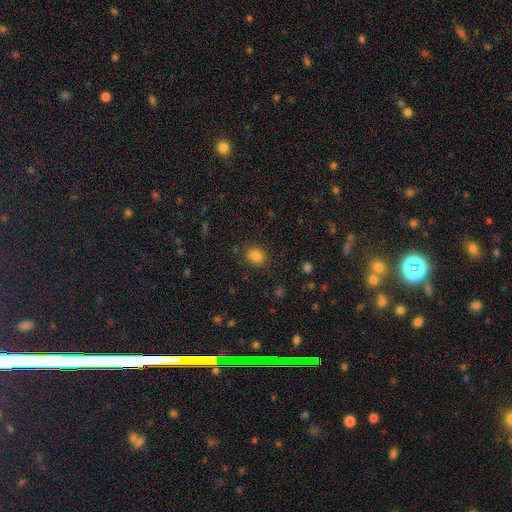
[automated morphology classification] Q: Smooth or featured?
A: smooth (83%); runner-up: star or artifact (13%)
Q: How rounded?
A: round (56%); runner-up: in between (43%)
Q: Merging?
A: none (83%); runner-up: minor disturbance (12%)